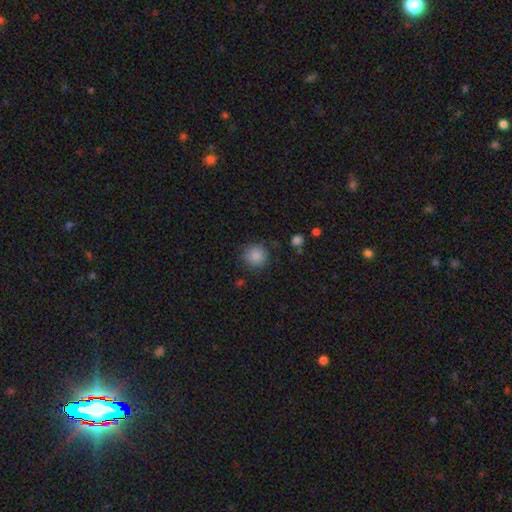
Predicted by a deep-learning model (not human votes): Overall: smooth (87%). How rounded: round (93%). Merging: none (85%).